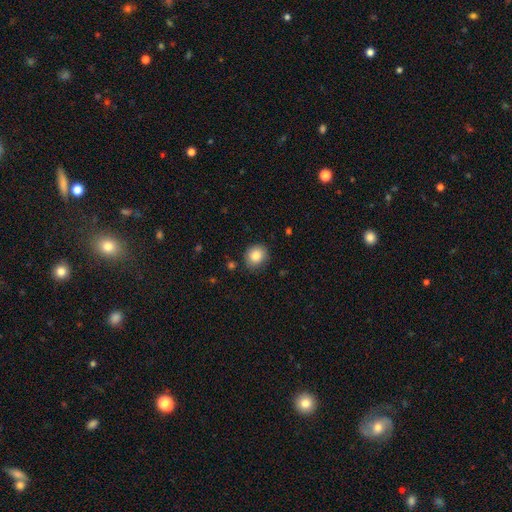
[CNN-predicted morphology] type=smooth (85%); roundness=round (75%); merging=none (82%).